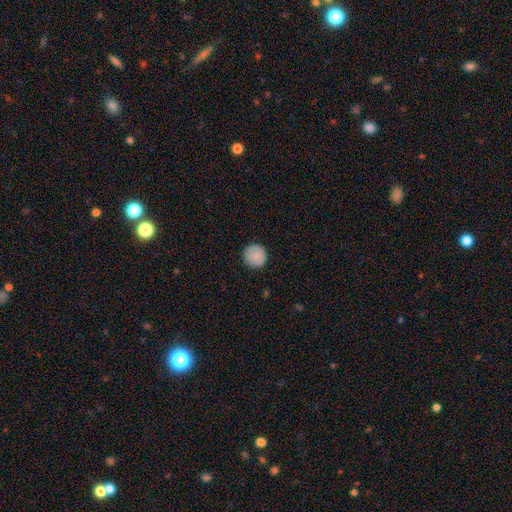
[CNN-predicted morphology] Smooth or featured: smooth — 87% (star or artifact — 7%)
How rounded: round — 95% (in between — 4%)
Merging: none — 91% (minor disturbance — 6%)